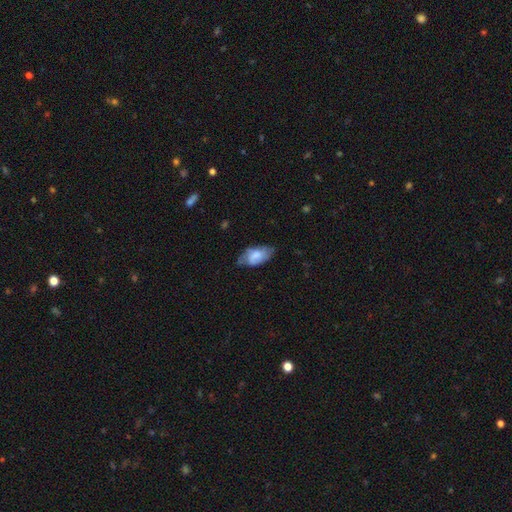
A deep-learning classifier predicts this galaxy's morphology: Overall: smooth (55%; featured or disk 38%). How rounded: in between (92%). Merging: none (53%; minor disturbance 34%).